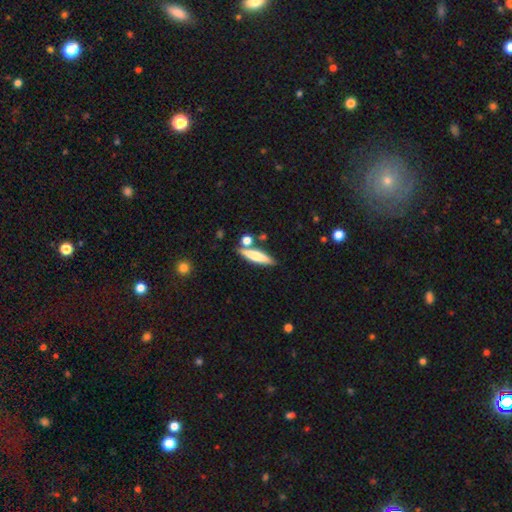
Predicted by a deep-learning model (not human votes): smooth 66%, featured or disk 27%, star or artifact 7%. Down the decision tree: how rounded — cigar-shaped (75%); merging — none (71%).